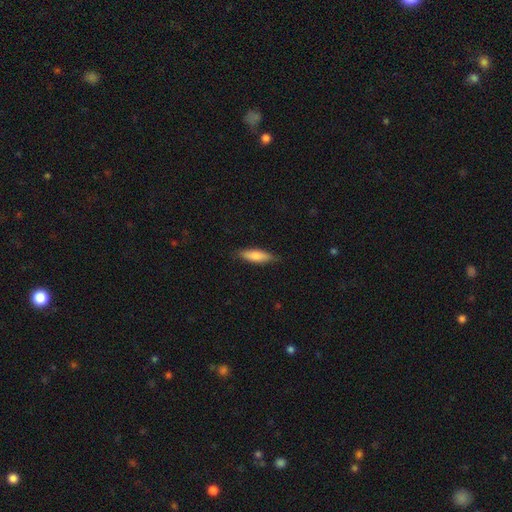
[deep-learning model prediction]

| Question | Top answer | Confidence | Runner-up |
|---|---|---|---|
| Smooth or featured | smooth | 75% | featured or disk (19%) |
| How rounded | cigar-shaped | 52% | in between (46%) |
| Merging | none | 82% | minor disturbance (14%) |